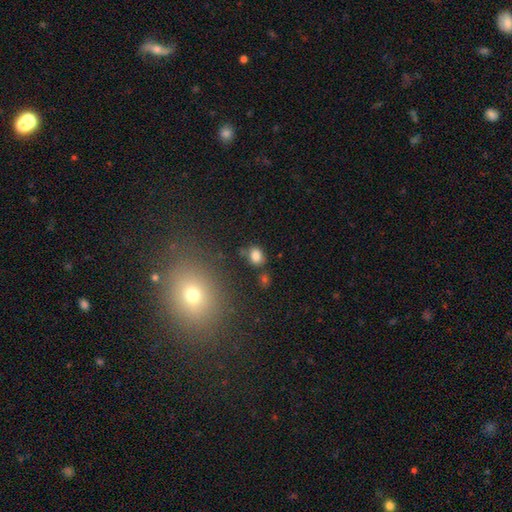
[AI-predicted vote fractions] Smooth or featured?
  - smooth: 81% *
  - star or artifact: 12%
  - featured or disk: 7%
How rounded?
  - in between: 58% *
  - round: 40%
  - cigar-shaped: 1%
Merging?
  - none: 71% *
  - minor disturbance: 16%
  - merger: 8%
  - major disturbance: 5%